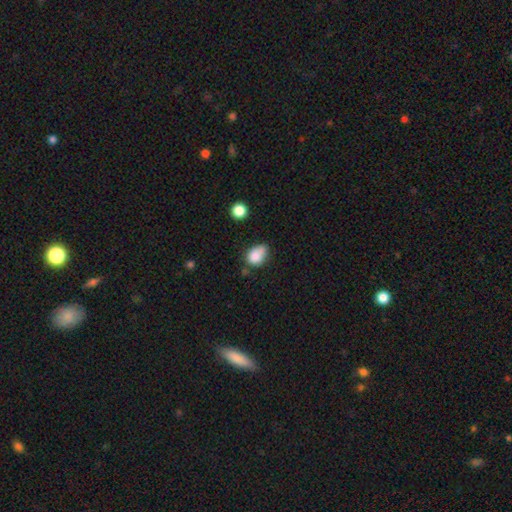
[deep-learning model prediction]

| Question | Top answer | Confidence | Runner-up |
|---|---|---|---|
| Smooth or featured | smooth | 81% | star or artifact (10%) |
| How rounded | in between | 67% | round (32%) |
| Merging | none | 40% | minor disturbance (37%) |